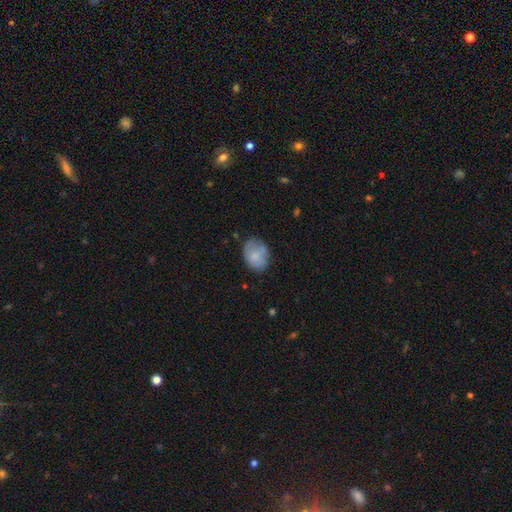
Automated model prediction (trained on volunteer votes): The model was most divided on "merging": none: 63%, minor disturbance: 25%, major disturbance: 8%, merger: 4%. More confident: smooth or featured — smooth (75%); how rounded — in between (70%).